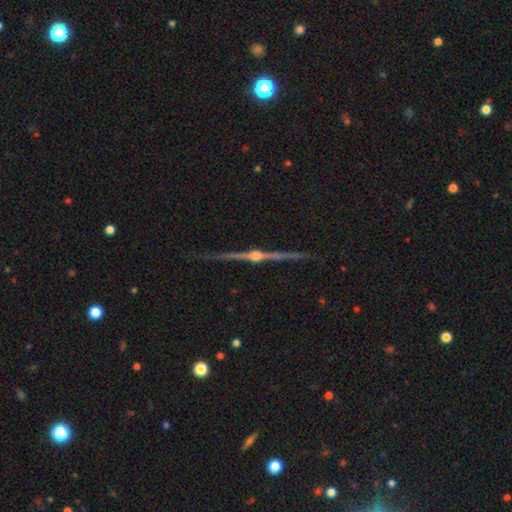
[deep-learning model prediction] This appears to be a featured or disk galaxy (90%) viewed edge-on (98%) with a rounded central bulge (96%). Merging: none (90%).